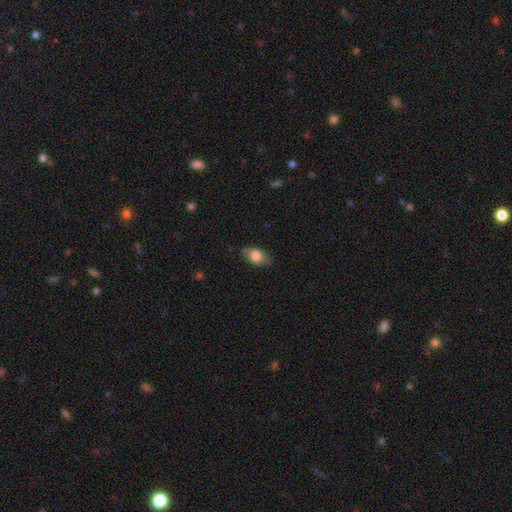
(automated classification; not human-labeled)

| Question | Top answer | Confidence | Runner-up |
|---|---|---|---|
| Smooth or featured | smooth | 71% | featured or disk (21%) |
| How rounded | in between | 83% | round (13%) |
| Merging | none | 71% | minor disturbance (21%) |